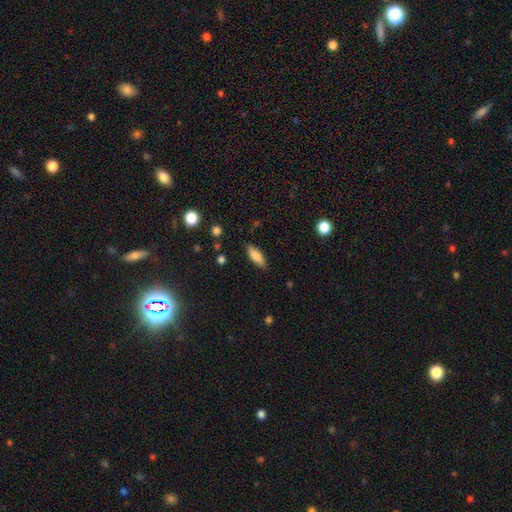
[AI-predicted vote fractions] Smooth or featured: smooth — 80% (featured or disk — 13%)
How rounded: in between — 67% (cigar-shaped — 31%)
Merging: none — 85% (minor disturbance — 11%)